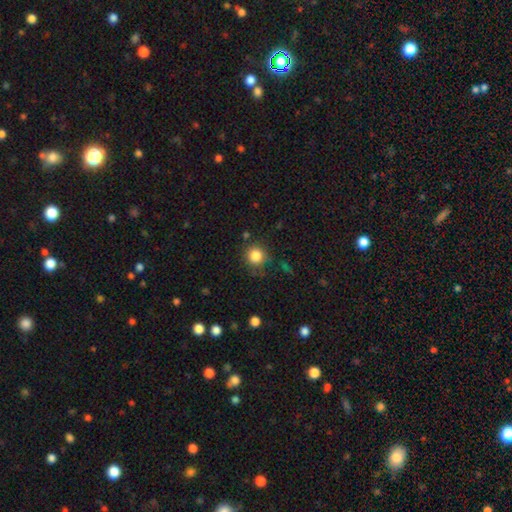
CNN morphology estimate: A smooth galaxy with no disk features (84%) that is round (92%).

Vote fractions:
- Smooth or featured? smooth: 84% / star or artifact: 11% / featured or disk: 5%
- How rounded? round: 92% / in between: 7% / cigar-shaped: 1%
- Merging? none: 83% / minor disturbance: 10% / major disturbance: 3% / merger: 3%